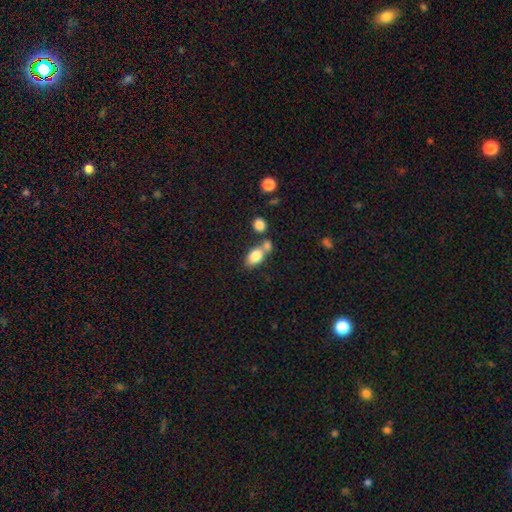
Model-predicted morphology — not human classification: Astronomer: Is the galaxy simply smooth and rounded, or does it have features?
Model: smooth — 81%.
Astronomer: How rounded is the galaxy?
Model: in between — 85%.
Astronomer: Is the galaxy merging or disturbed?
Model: none — 44% (runner-up: merger, 40%).